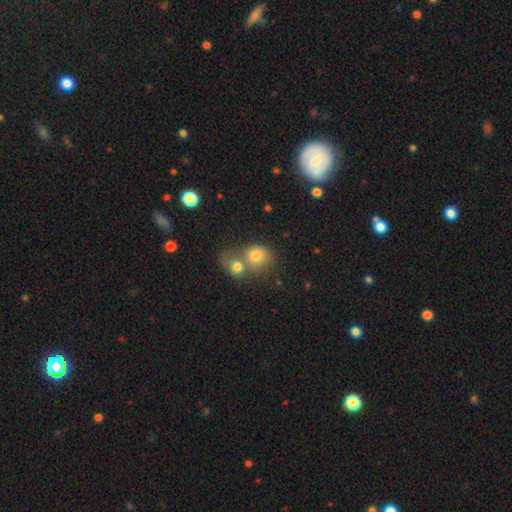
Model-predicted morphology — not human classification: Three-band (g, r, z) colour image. It shows a smooth galaxy with no disk features (77%) that is round (75%). Merging: merger (61%).